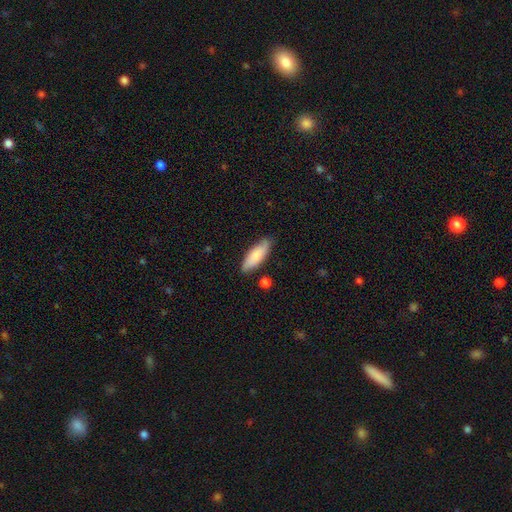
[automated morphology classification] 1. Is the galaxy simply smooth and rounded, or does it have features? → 79% smooth, 15% featured or disk, 6% star or artifact.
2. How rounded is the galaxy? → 61% in between, 38% cigar-shaped, 2% round.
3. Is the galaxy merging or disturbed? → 81% none, 14% minor disturbance, 3% merger, 2% major disturbance.